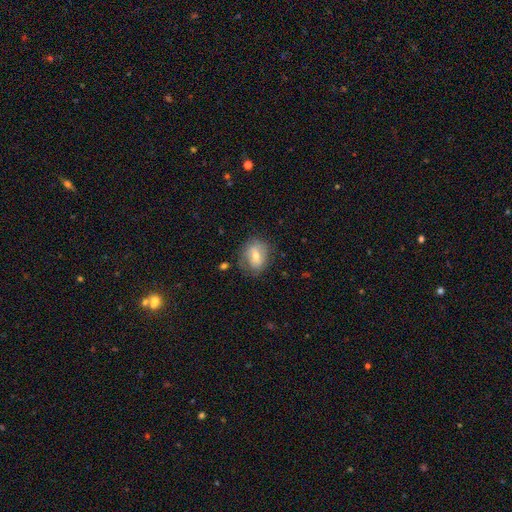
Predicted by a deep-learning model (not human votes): smooth 54%, featured or disk 38%, star or artifact 8%. Down the decision tree: how rounded — in between (52%); merging — none (68%).